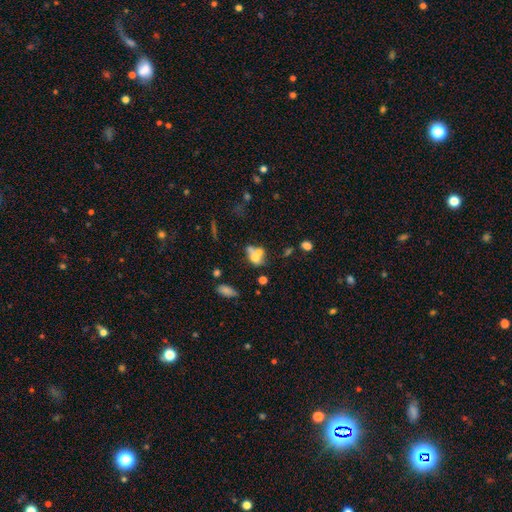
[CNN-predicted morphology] This appears to be a smooth galaxy with no disk features (58%) that is in between round and cigar-shaped (57%). Merging: merger (57%).